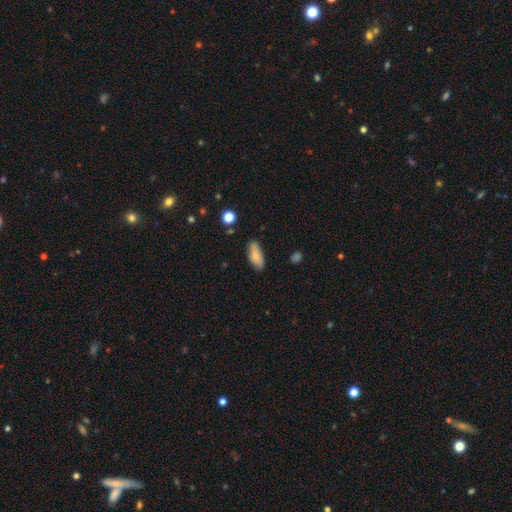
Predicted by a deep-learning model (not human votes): Overall: smooth (80%). How rounded: in between (77%). Merging: none (80%).